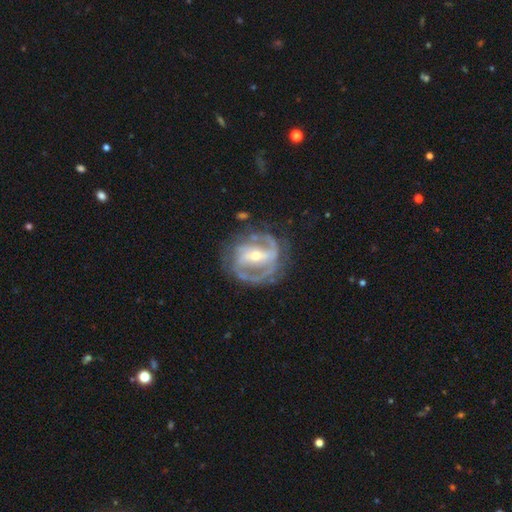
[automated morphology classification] smooth-or-featured: featured or disk: 87% | smooth: 8% | star or artifact: 6%
  disk-edge-on: no: 96% | yes: 4%
    bar: strong: 54% | weak: 31% | no: 15%
    has-spiral-arms: yes: 91% | no: 9%
      spiral-winding: medium: 45% | tight: 39% | loose: 16%
      spiral-arm-count: 2: 64% | can't tell: 14% | 3: 13% | 1: 5% | 4: 3% | more than 4: 2%
    bulge-size: small: 55% | moderate: 41% | large: 2% | none: 1% | dominant: 1%
  merging: none: 67% | minor disturbance: 19% | major disturbance: 13% | merger: 2%